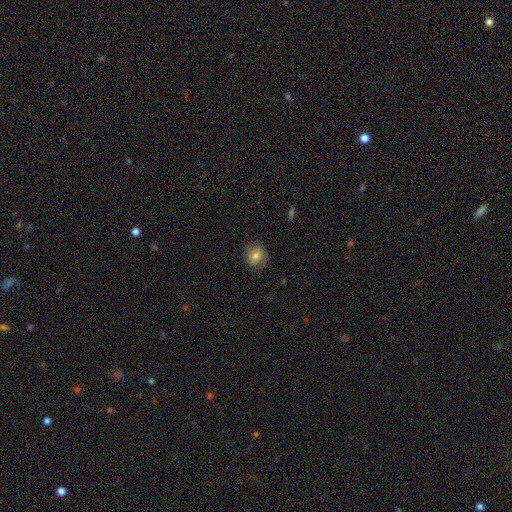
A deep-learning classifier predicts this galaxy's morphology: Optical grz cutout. It shows a smooth galaxy with no disk features (63%) that is round (72%). Merging: none (71%).